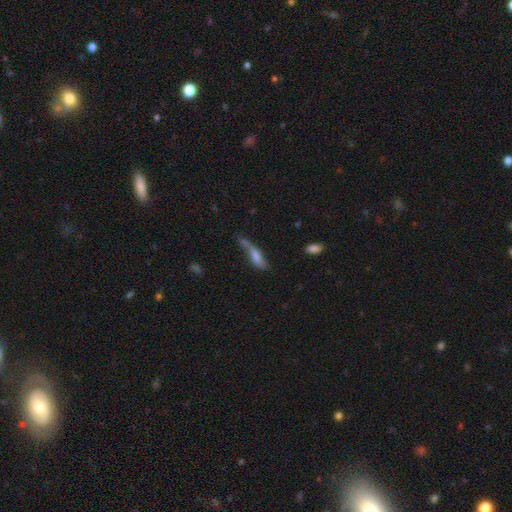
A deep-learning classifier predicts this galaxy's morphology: type=smooth (54%); roundness=cigar-shaped (61%); merging=none (38%).